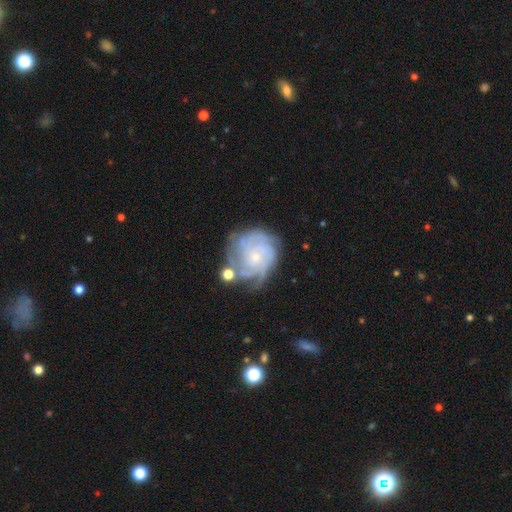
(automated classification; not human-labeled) Smooth or featured: featured or disk — 82% (smooth — 11%)
Edge-on disk: no — 98% (yes — 2%)
Bar: no — 78% (weak — 19%)
Spiral arms: yes — 94% (no — 6%)
Spiral winding: tight — 69% (medium — 24%)
Spiral arm count: can't tell — 31% (4 — 26%)
Bulge size: small — 78% (moderate — 17%)
Merging: none — 58% (minor disturbance — 22%)